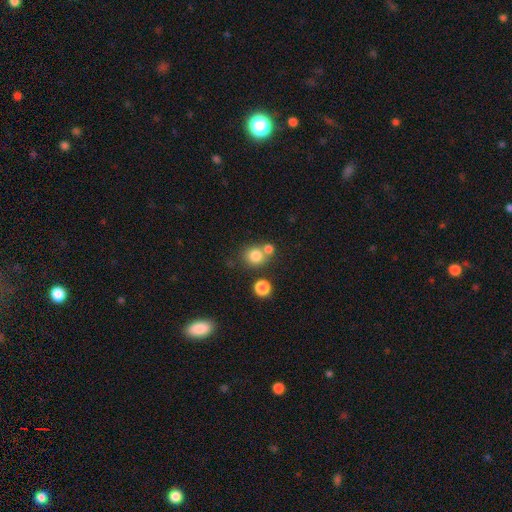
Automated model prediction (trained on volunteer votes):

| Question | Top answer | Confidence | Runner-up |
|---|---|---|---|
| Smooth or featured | smooth | 80% | star or artifact (12%) |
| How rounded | round | 85% | in between (14%) |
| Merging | none | 59% | merger (29%) |